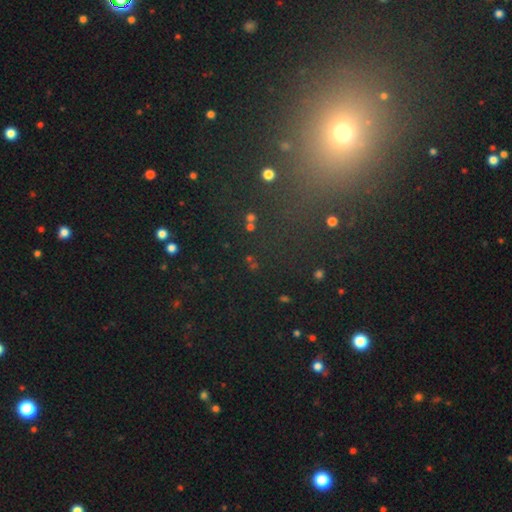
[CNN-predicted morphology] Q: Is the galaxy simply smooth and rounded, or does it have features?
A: star or artifact — 55%.